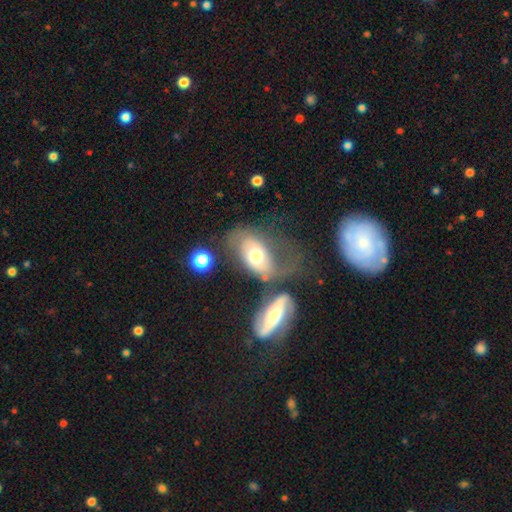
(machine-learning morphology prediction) Smooth or featured? Predicted: featured or disk (p=0.56). Edge-on disk? Predicted: no (p=0.90). Bar? Predicted: no (p=0.63). Spiral arms? Predicted: yes (p=0.71). Bulge size? Predicted: moderate (p=0.64). Merging? Predicted: none (p=0.37).